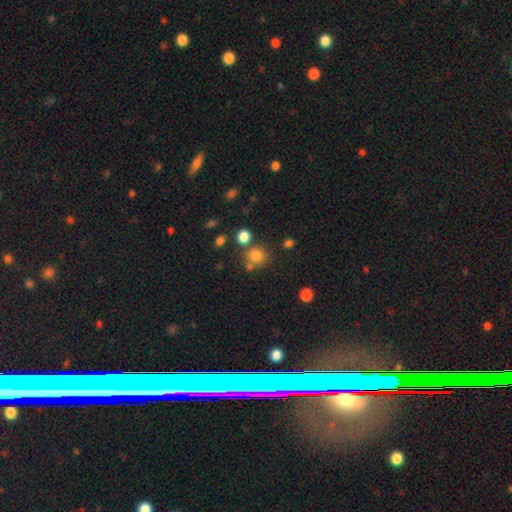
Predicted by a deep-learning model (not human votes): Overall: smooth (78%). How rounded: round (85%). Merging: none (67%).